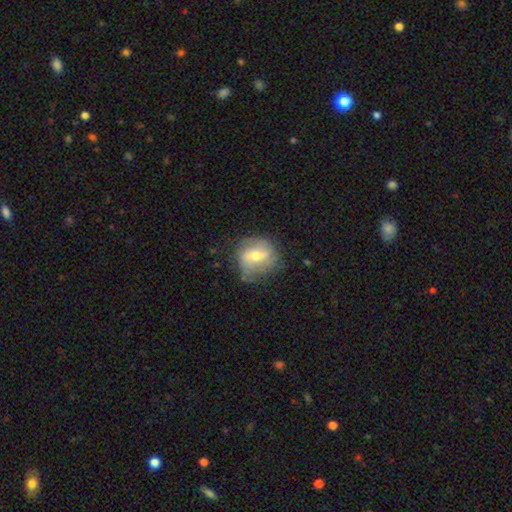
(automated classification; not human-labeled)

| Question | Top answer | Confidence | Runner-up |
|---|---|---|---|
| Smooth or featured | featured or disk | 55% | smooth (37%) |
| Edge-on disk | no | 94% | yes (6%) |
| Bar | weak | 46% | strong (28%) |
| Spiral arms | yes | 65% | no (35%) |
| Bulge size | moderate | 60% | small (34%) |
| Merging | none | 66% | minor disturbance (23%) |